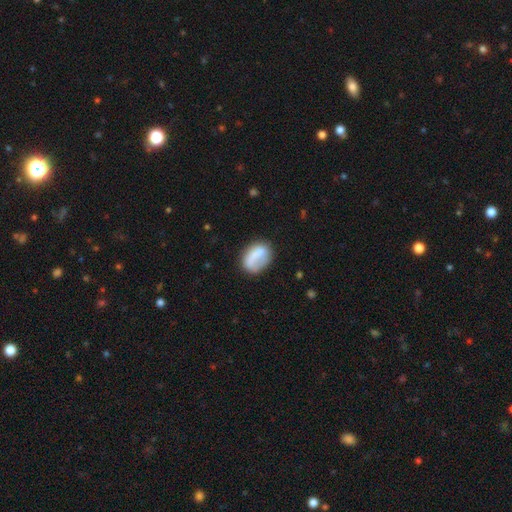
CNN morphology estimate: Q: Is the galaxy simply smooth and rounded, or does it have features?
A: smooth — 69%.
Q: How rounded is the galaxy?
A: in between — 68%.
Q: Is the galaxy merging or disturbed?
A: none — 55%.